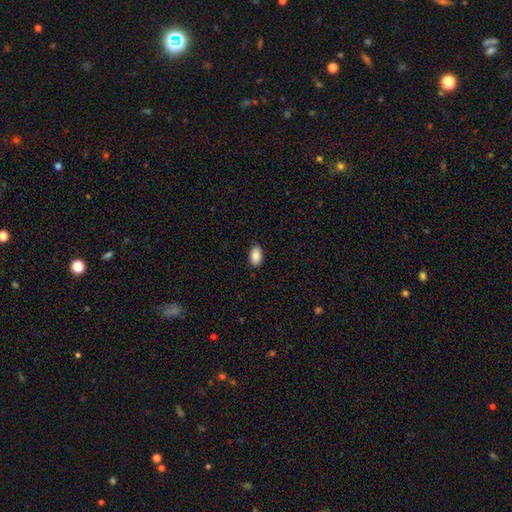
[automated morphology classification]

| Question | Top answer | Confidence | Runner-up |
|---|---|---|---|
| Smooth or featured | smooth | 89% | star or artifact (7%) |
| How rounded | in between | 93% | round (5%) |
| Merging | none | 89% | minor disturbance (8%) |